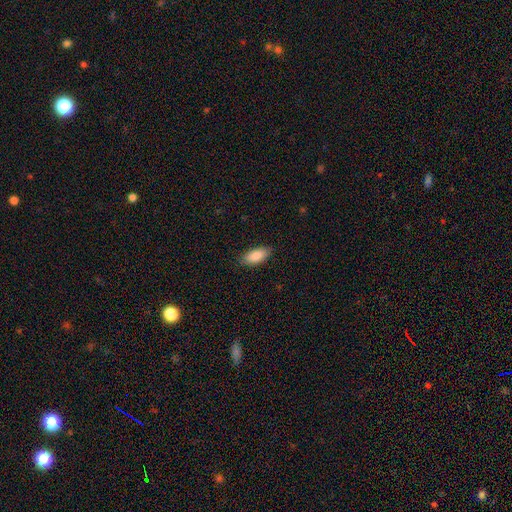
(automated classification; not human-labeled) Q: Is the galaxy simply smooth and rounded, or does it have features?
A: smooth — 87%.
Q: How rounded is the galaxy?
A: in between — 85%.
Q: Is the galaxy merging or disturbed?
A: none — 86%.